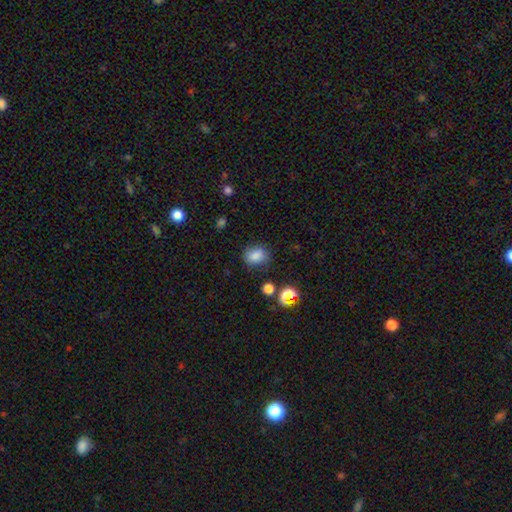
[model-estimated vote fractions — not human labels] Smooth or featured?
  - smooth: 82% *
  - star or artifact: 12%
  - featured or disk: 7%
How rounded?
  - round: 51% *
  - in between: 48%
  - cigar-shaped: 1%
Merging?
  - none: 77% *
  - minor disturbance: 15%
  - major disturbance: 5%
  - merger: 3%